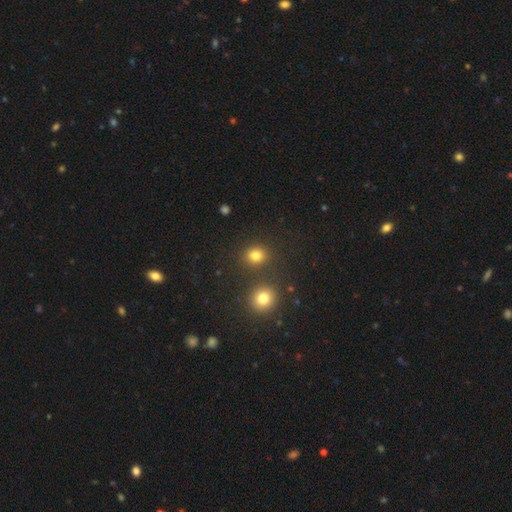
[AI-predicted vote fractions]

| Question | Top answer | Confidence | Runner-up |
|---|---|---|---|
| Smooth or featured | smooth | 79% | star or artifact (16%) |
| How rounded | round | 80% | in between (19%) |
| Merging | none | 81% | merger (8%) |